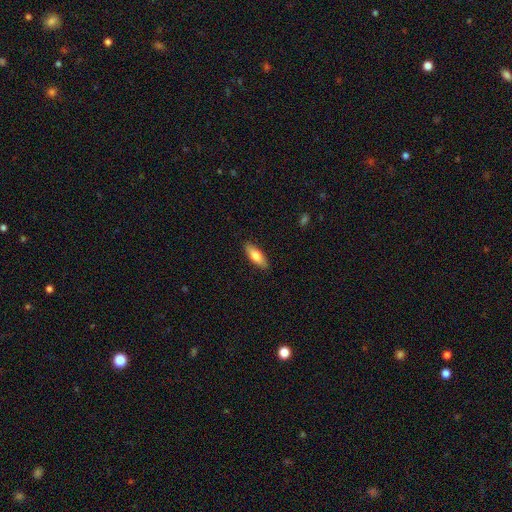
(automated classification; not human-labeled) Morphology: type=smooth (75%); roundness=in between (58%); merging=none (88%).